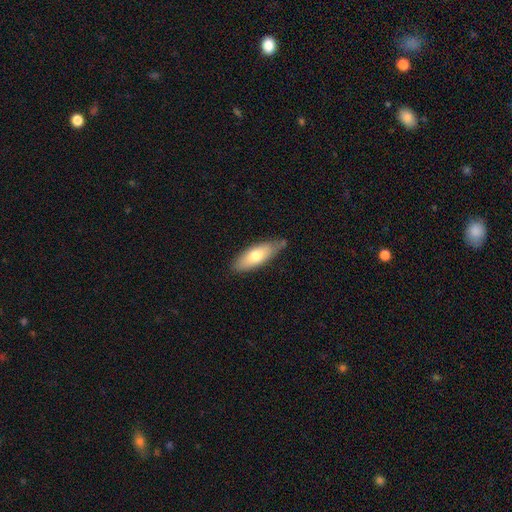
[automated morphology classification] Smooth or featured? Predicted: smooth (p=0.69). How rounded? Predicted: in between (p=0.63). Merging? Predicted: none (p=0.71).